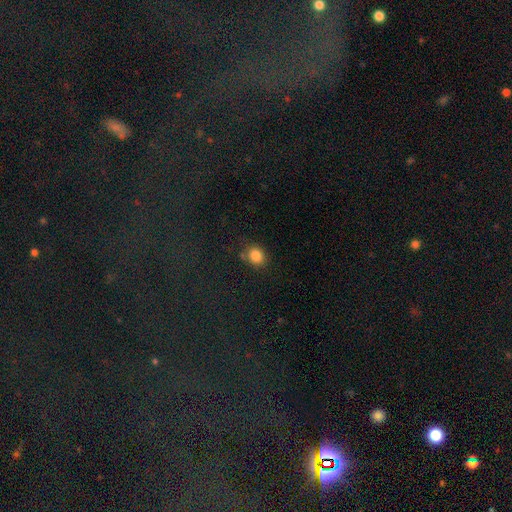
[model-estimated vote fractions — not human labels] A smooth galaxy with no disk features (84%) that is round (68%). Merging: none (73%).